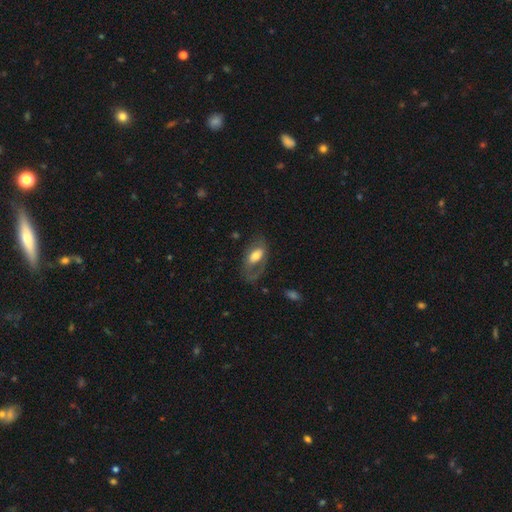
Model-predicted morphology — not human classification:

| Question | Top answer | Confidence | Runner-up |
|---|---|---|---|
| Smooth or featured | smooth | 47% | featured or disk (46%) |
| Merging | none | 46% | major disturbance (29%) |